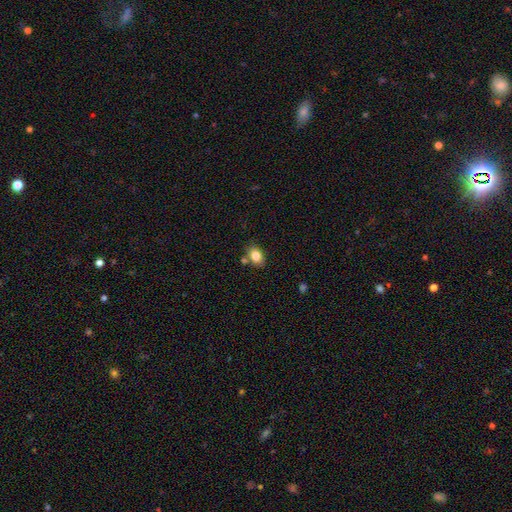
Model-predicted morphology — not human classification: type=smooth (82%); roundness=in between (69%); merging=none (74%).